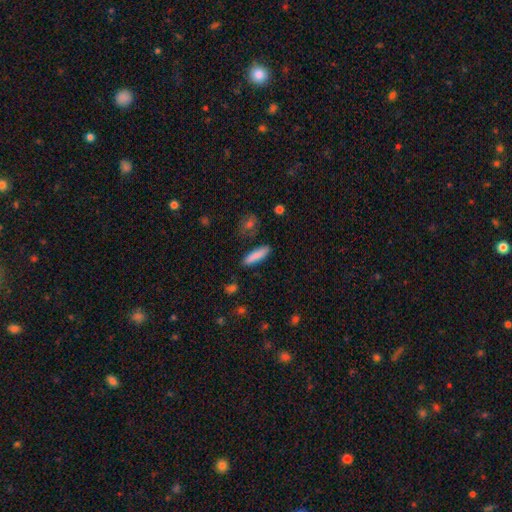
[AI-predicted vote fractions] A smooth galaxy with no disk features (85%) that is cigar-shaped (71%).

Vote fractions:
- Smooth or featured? smooth: 85% / featured or disk: 9% / star or artifact: 7%
- How rounded? cigar-shaped: 71% / in between: 27% / round: 2%
- Merging? none: 85% / minor disturbance: 10% / merger: 2% / major disturbance: 2%